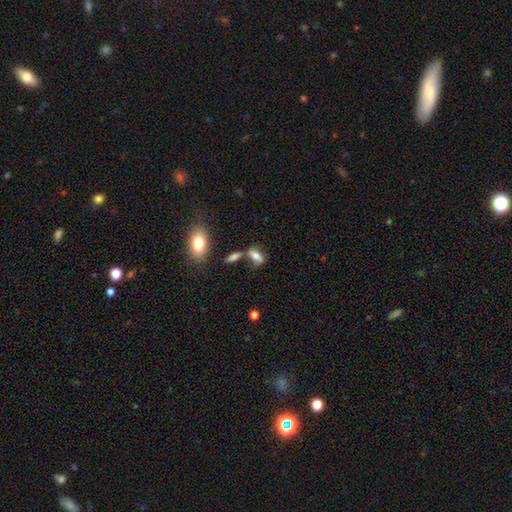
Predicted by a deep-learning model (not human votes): Overall: smooth (66%). How rounded: in between (77%). Merging: none (49%; merger 26%).